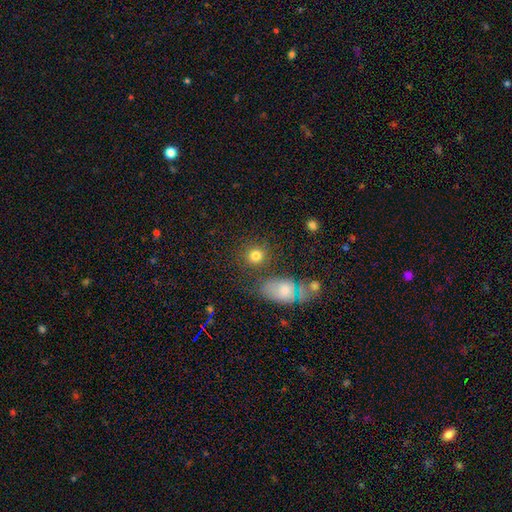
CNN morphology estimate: type=smooth (79%); roundness=round (80%); merging=none (76%).